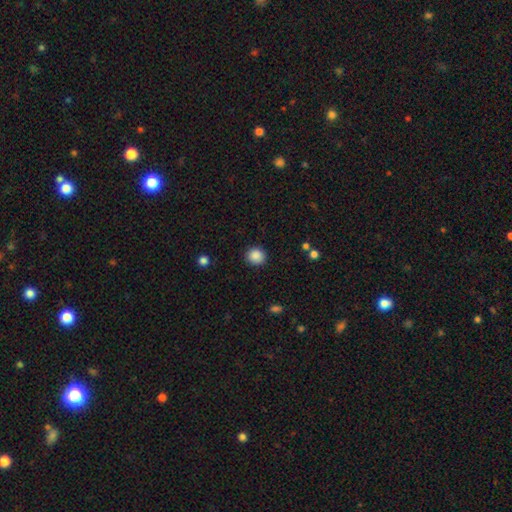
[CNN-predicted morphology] A smooth galaxy with no disk features (88%) that is round (89%). Merging: none (89%).